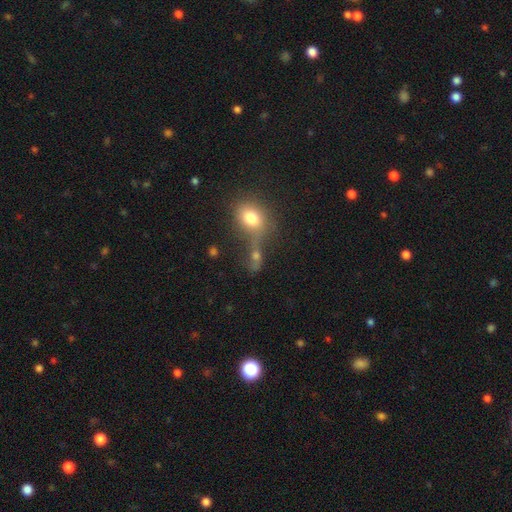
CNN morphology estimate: smooth-or-featured: smooth: 55% | star or artifact: 23% | featured or disk: 21%
  how-rounded: in between: 49% | round: 43% | cigar-shaped: 8%
  merging: merger: 42% | none: 35% | minor disturbance: 12% | major disturbance: 12%